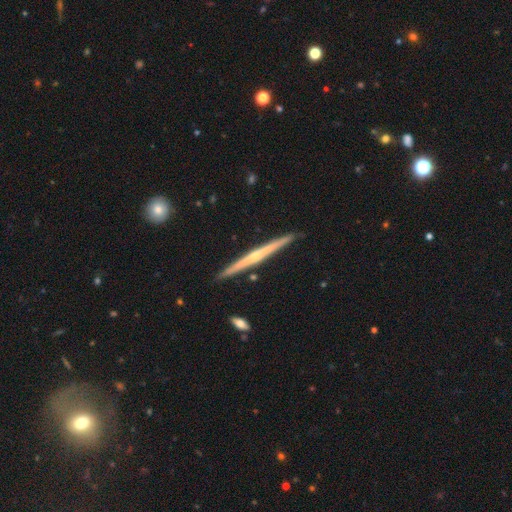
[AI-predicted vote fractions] The model was most divided on "edge-on bulge": rounded: 51%, none: 44%, boxy: 6%. More confident: edge-on disk — yes (98%); merging — none (90%); smooth or featured — featured or disk (73%).